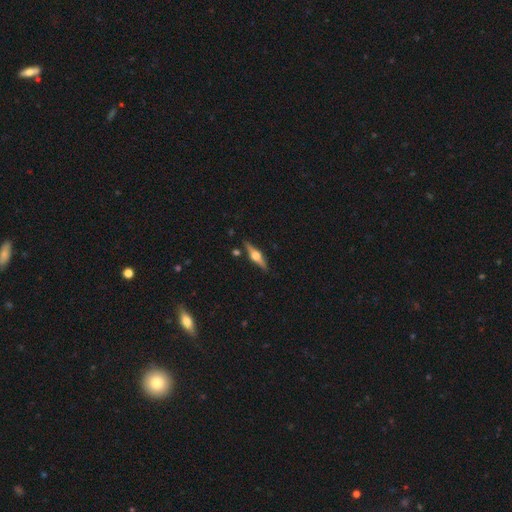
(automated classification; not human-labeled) A featured or disk galaxy (77%) viewed edge-on (98%) with a rounded central bulge (95%).

Vote fractions:
- Smooth or featured? featured or disk: 77% / smooth: 17% / star or artifact: 6%
- Edge-on disk? yes: 98% / no: 2%
- Edge-on bulge? rounded: 95% / boxy: 4% / none: 1%
- Merging? none: 88% / minor disturbance: 8% / merger: 2% / major disturbance: 2%